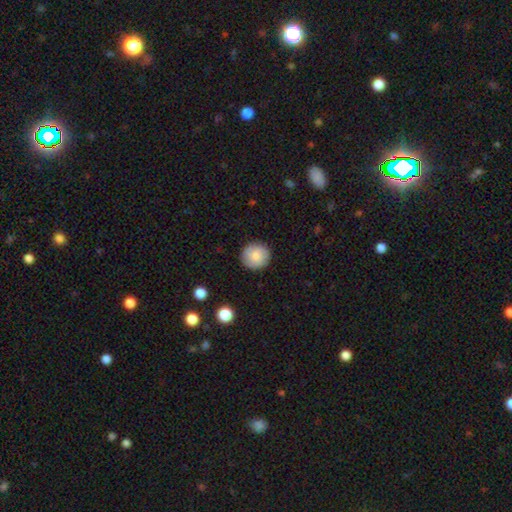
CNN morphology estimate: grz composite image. It shows a smooth galaxy with no disk features (79%) that is round (94%). Merging: none (90%).